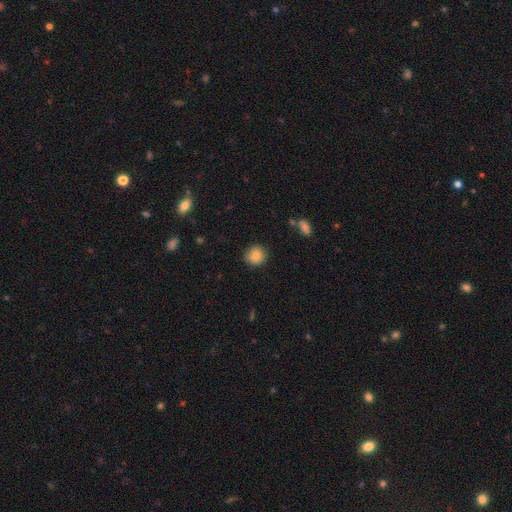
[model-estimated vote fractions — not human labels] This is clearly a smooth galaxy (85%). How rounded: clearly round (91%). Merging: clearly none (89%).